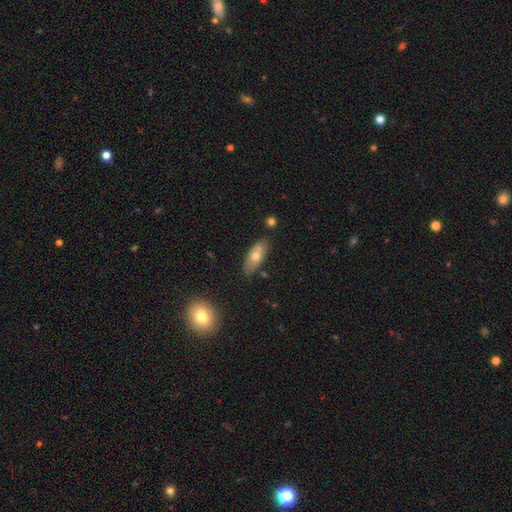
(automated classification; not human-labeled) smooth-or-featured: smooth: 62% | featured or disk: 31% | star or artifact: 7%
  how-rounded: in between: 79% | cigar-shaped: 17% | round: 3%
  merging: none: 77% | minor disturbance: 15% | merger: 5% | major disturbance: 3%